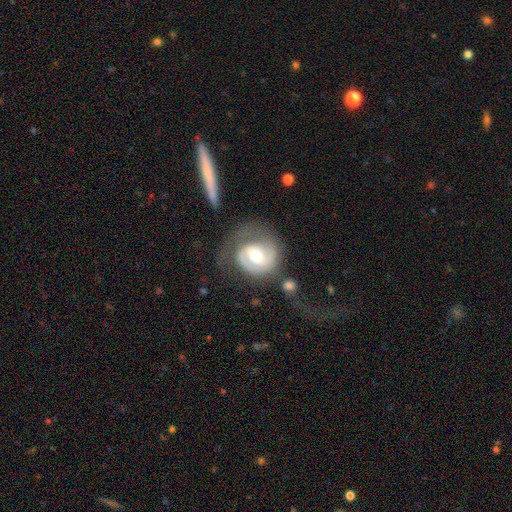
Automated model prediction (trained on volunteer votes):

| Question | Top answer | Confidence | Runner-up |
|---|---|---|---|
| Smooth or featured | featured or disk | 78% | smooth (16%) |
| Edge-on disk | no | 97% | yes (3%) |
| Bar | weak | 47% | no (33%) |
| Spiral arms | yes | 91% | no (9%) |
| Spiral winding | medium | 41% | tight (40%) |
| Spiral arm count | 2 | 65% | 1 (20%) |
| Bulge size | moderate | 66% | small (25%) |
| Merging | none | 50% | major disturbance (25%) |